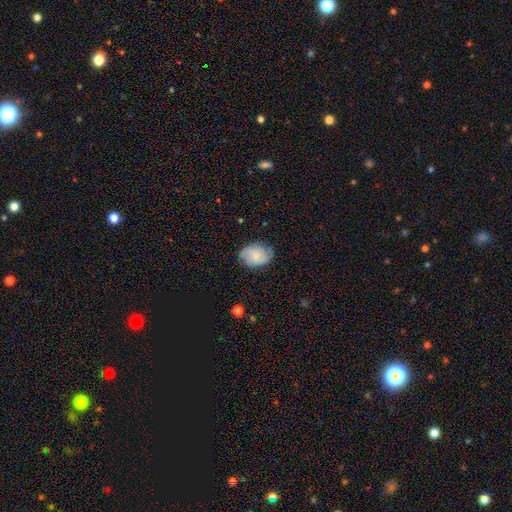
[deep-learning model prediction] smooth-or-featured: smooth: 54% | featured or disk: 39% | star or artifact: 8%
  how-rounded: in between: 67% | round: 32% | cigar-shaped: 1%
  merging: none: 73% | minor disturbance: 21% | major disturbance: 5% | merger: 1%